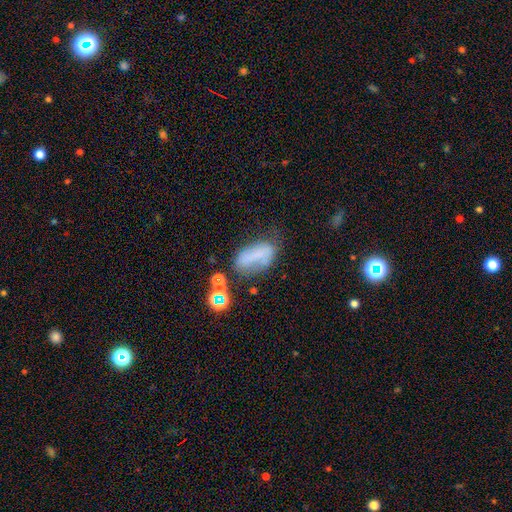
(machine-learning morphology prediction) Overall: smooth (55%; featured or disk 29%). How rounded: in between (83%). Merging: none (38%; minor disturbance 28%).